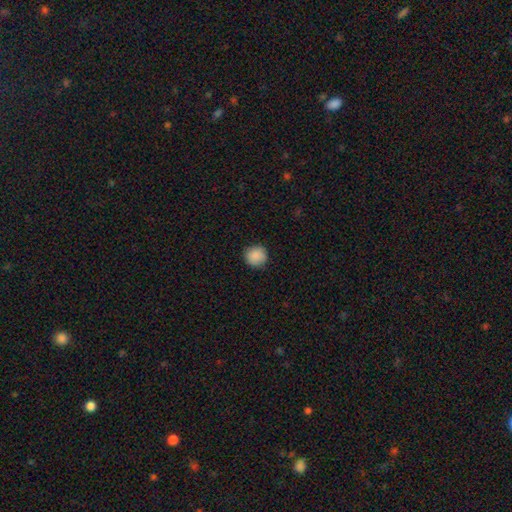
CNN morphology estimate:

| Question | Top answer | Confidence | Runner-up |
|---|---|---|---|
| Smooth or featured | smooth | 89% | star or artifact (8%) |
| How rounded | round | 92% | in between (7%) |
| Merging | none | 89% | minor disturbance (8%) |